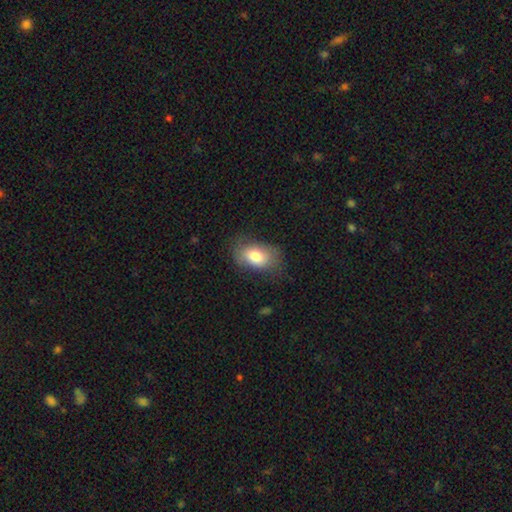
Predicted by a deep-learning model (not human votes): Q: Smooth or featured?
A: smooth (78%); runner-up: featured or disk (15%)
Q: How rounded?
A: in between (86%); runner-up: round (13%)
Q: Merging?
A: none (68%); runner-up: minor disturbance (22%)